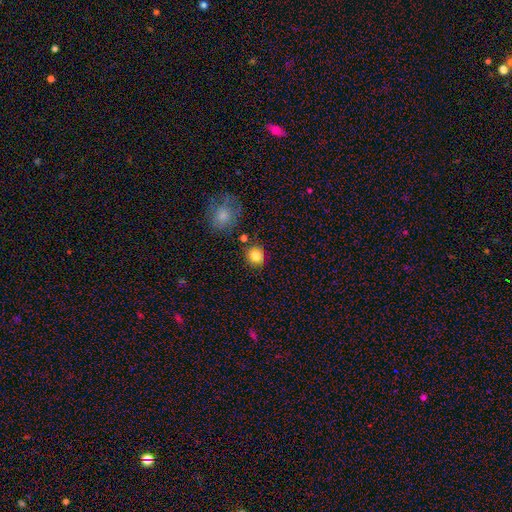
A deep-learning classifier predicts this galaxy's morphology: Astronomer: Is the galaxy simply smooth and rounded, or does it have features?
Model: smooth — 84%.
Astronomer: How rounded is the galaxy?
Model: round — 81%.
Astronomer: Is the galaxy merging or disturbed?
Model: none — 80%.